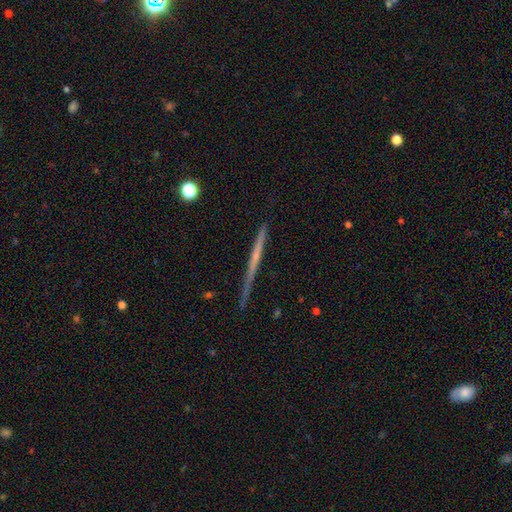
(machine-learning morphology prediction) A featured or disk galaxy (64%) viewed edge-on (98%) with no central bulge (78%). Merging: none (87%).